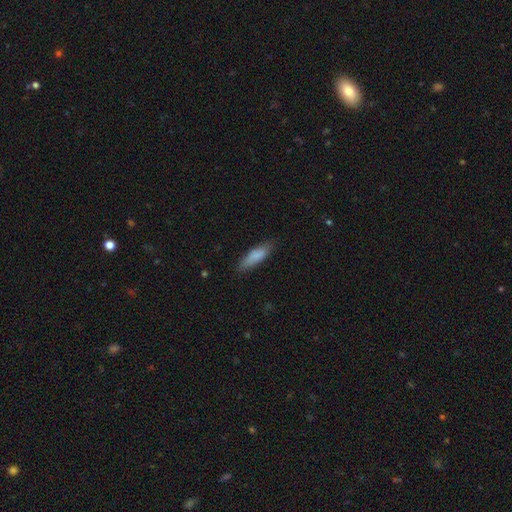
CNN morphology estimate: smooth 83%, featured or disk 11%, star or artifact 6%. Down the decision tree: how rounded — cigar-shaped (52%); merging — none (80%).